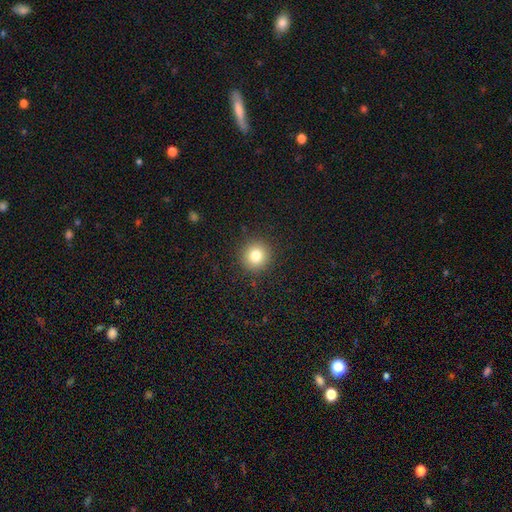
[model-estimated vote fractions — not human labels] smooth-or-featured: smooth: 80% | star or artifact: 12% | featured or disk: 8%
  how-rounded: round: 95% | in between: 5% | cigar-shaped: 1%
  merging: none: 91% | minor disturbance: 6% | major disturbance: 2% | merger: 1%